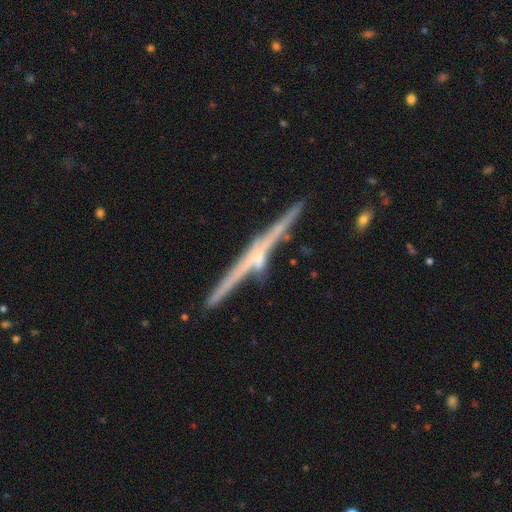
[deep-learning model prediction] A featured or disk galaxy (86%) viewed edge-on (98%) with a rounded central bulge (68%).

Vote fractions:
- Smooth or featured? featured or disk: 86% / smooth: 9% / star or artifact: 5%
- Edge-on disk? yes: 98% / no: 2%
- Edge-on bulge? rounded: 68% / none: 19% / boxy: 12%
- Merging? none: 86% / minor disturbance: 9% / merger: 4% / major disturbance: 2%